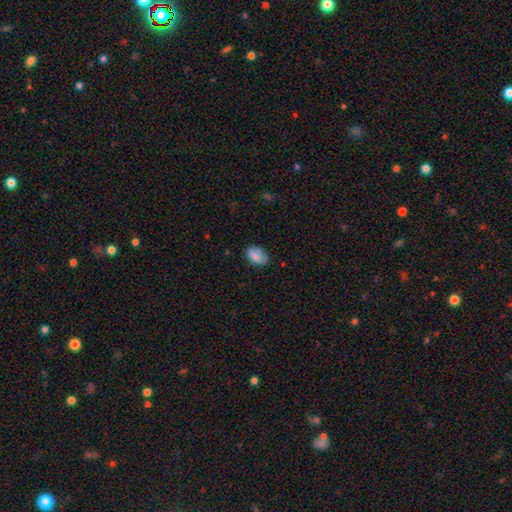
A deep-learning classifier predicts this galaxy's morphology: This appears to be a smooth galaxy with no disk features (81%) that is in between round and cigar-shaped (89%). Merging: none (66%).